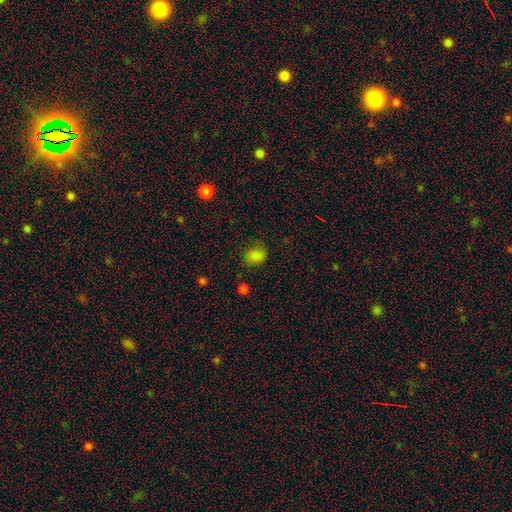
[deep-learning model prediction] The model was most divided on "how rounded": in between: 53%, round: 46%, cigar-shaped: 1%. More confident: smooth or featured — smooth (81%); merging — none (77%).